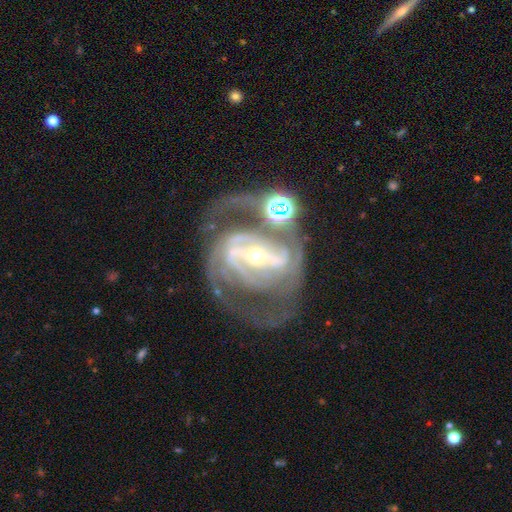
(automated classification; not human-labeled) Smooth or featured: featured or disk — 89% (star or artifact — 6%)
Edge-on disk: no — 97% (yes — 3%)
Bar: strong — 61% (weak — 26%)
Spiral arms: yes — 95% (no — 5%)
Spiral winding: medium — 45% (tight — 42%)
Spiral arm count: 2 — 48% (3 — 20%)
Bulge size: small — 70% (moderate — 26%)
Merging: none — 47% (major disturbance — 23%)